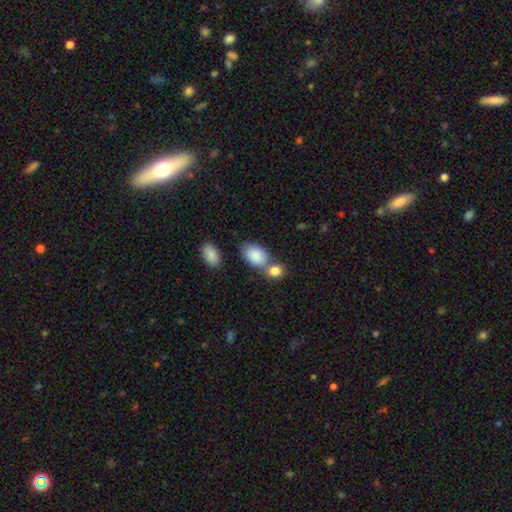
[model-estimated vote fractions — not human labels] A smooth galaxy with no disk features (86%) that is in between round and cigar-shaped (86%).

Vote fractions:
- Smooth or featured? smooth: 86% / star or artifact: 7% / featured or disk: 6%
- How rounded? in between: 86% / round: 12% / cigar-shaped: 2%
- Merging? none: 45% / merger: 37% / minor disturbance: 13% / major disturbance: 5%